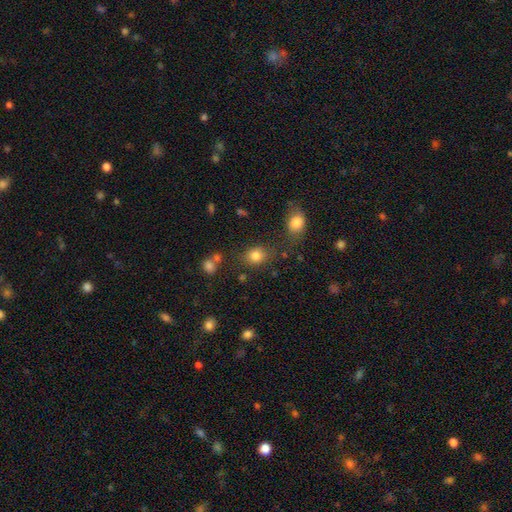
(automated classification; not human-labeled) This appears to be a smooth galaxy with no disk features (80%) that is round (59%). Merging: none (70%).